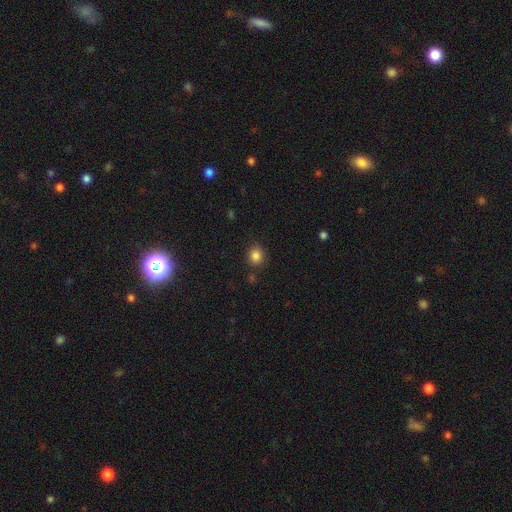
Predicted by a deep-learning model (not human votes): smooth_or_featured: smooth (p=0.84) [alt: star or artifact p=0.11]
how_rounded: round (p=0.75) [alt: in between p=0.24]
merging: none (p=0.84) [alt: minor disturbance p=0.10]